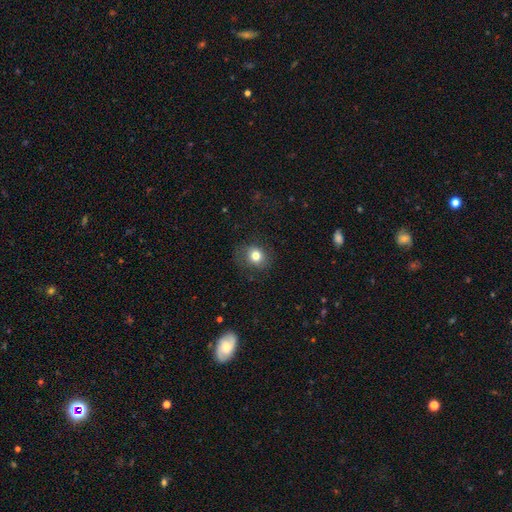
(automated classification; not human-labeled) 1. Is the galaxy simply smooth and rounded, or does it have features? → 79% smooth, 11% star or artifact, 10% featured or disk.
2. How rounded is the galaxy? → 70% round, 30% in between, 1% cigar-shaped.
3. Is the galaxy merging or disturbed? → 78% none, 14% minor disturbance, 6% major disturbance, 1% merger.